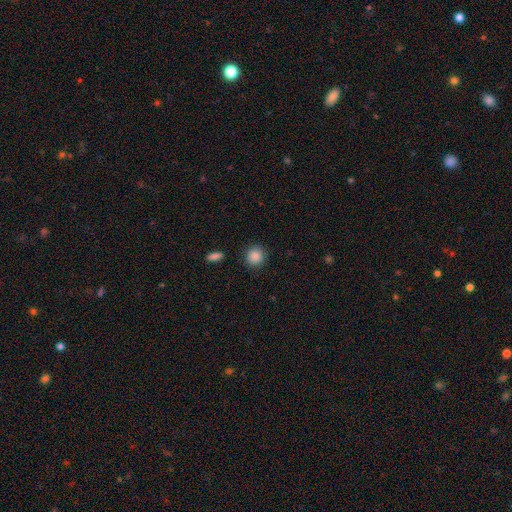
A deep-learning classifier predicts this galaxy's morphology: The model was most divided on "smooth or featured": smooth: 88%, star or artifact: 9%, featured or disk: 3%. More confident: how rounded — round (89%); merging — none (89%).